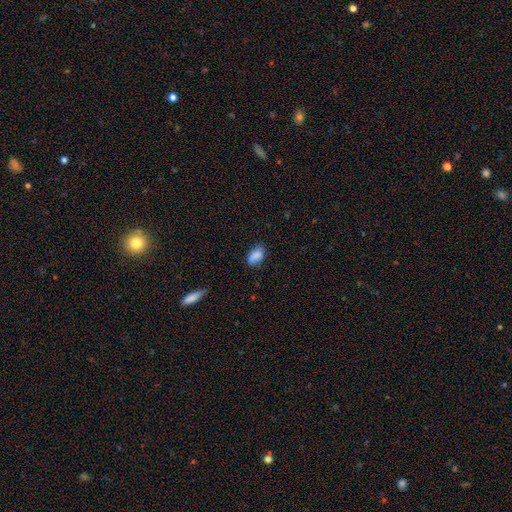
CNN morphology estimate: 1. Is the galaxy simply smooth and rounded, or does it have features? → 85% smooth, 8% star or artifact, 7% featured or disk.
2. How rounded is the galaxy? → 91% in between, 6% round, 3% cigar-shaped.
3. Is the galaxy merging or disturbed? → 71% none, 22% minor disturbance, 4% major disturbance, 2% merger.